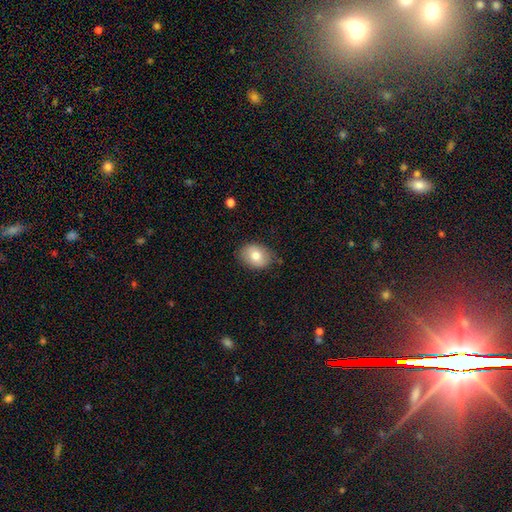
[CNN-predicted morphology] Smooth or featured? Predicted: smooth (p=0.77). How rounded? Predicted: in between (p=0.71). Merging? Predicted: none (p=0.80).